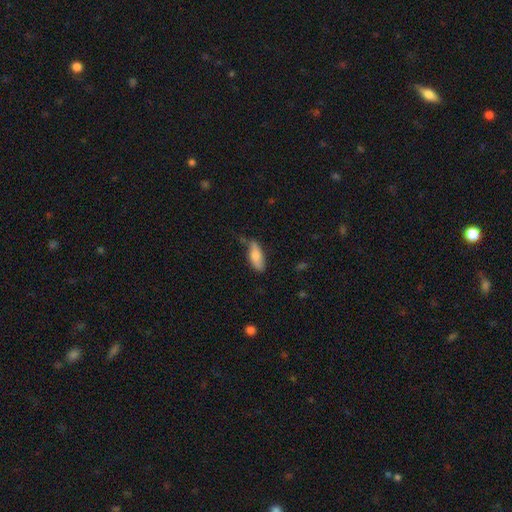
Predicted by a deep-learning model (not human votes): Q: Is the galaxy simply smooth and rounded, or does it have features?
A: smooth — 76%.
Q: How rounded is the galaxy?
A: in between — 68%.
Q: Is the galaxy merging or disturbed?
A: none — 59%.